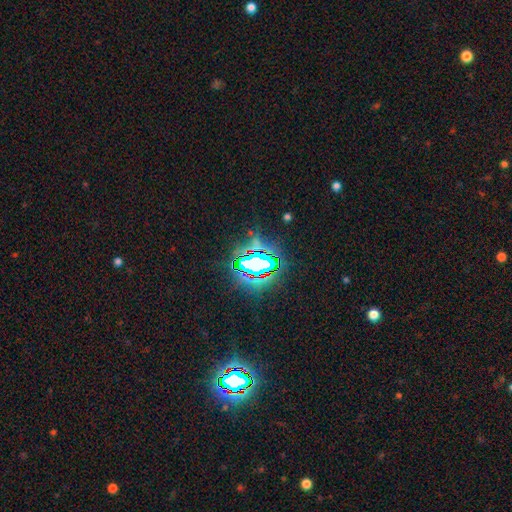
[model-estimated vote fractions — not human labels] The model was most divided on "smooth or featured": star or artifact: 79%, smooth: 11%, featured or disk: 9%.